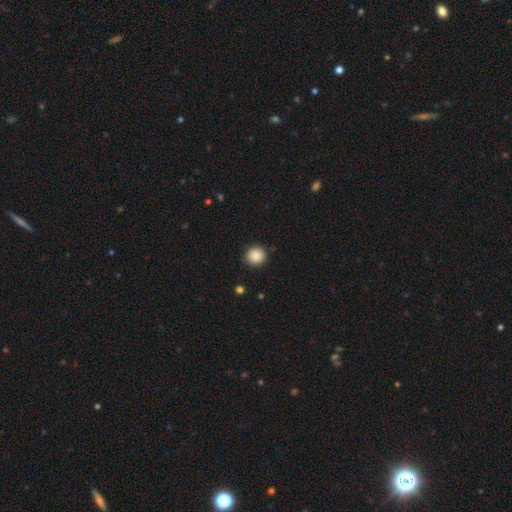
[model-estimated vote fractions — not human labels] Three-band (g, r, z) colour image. It shows a smooth galaxy with no disk features (88%) that is round (93%). Merging: none (88%).